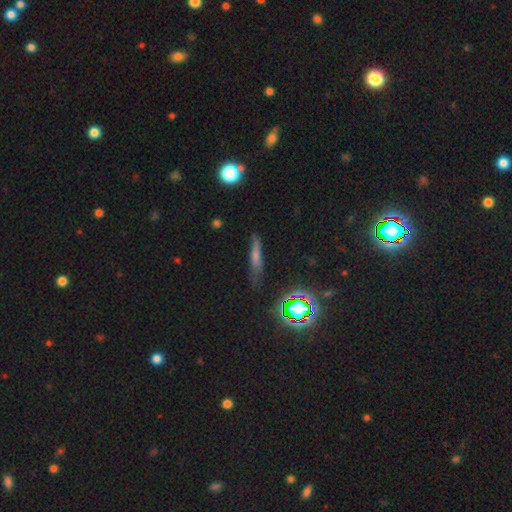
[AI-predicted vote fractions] Smooth or featured?
  - smooth: 52% *
  - featured or disk: 28%
  - star or artifact: 20%
How rounded?
  - cigar-shaped: 80% *
  - in between: 13%
  - round: 7%
Merging?
  - none: 72% *
  - minor disturbance: 20%
  - major disturbance: 6%
  - merger: 3%